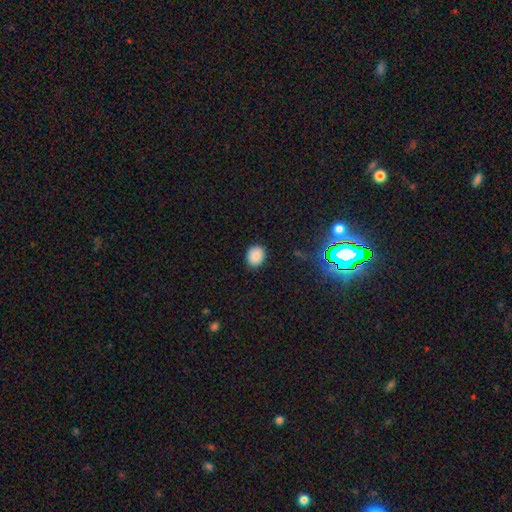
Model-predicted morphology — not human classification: Smooth or featured: smooth — 86% (star or artifact — 10%)
How rounded: round — 57% (in between — 43%)
Merging: none — 86% (minor disturbance — 10%)